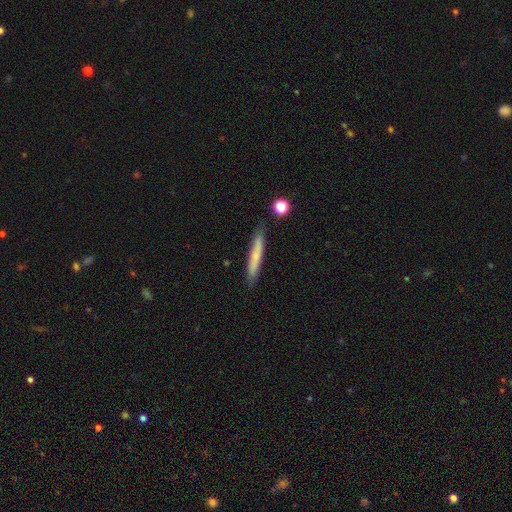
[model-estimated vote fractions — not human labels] smooth_or_featured: smooth (p=0.67) [alt: featured or disk p=0.26]
how_rounded: cigar-shaped (p=0.94) [alt: in between p=0.04]
merging: none (p=0.85) [alt: minor disturbance p=0.10]